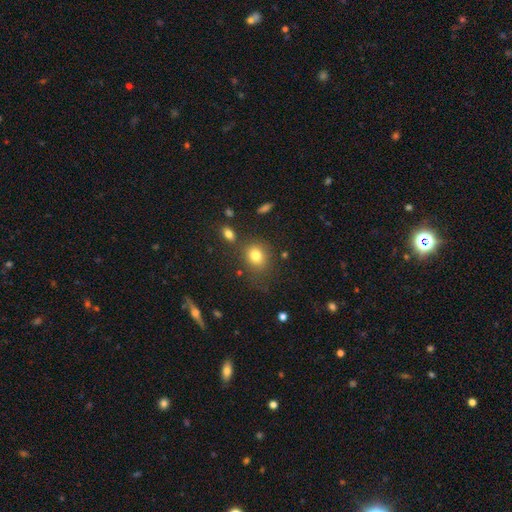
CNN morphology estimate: smooth_or_featured: smooth (p=0.79) [alt: star or artifact p=0.12]
how_rounded: round (p=0.63) [alt: in between p=0.36]
merging: none (p=0.72) [alt: minor disturbance p=0.15]